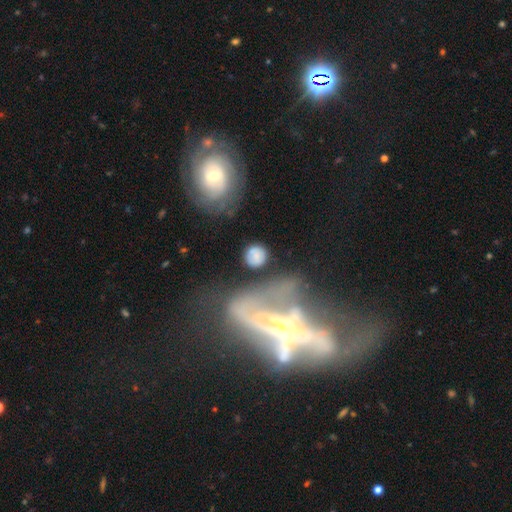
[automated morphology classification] Smooth or featured? smooth (74%)
How rounded? round (86%)
Merging? none (67%)